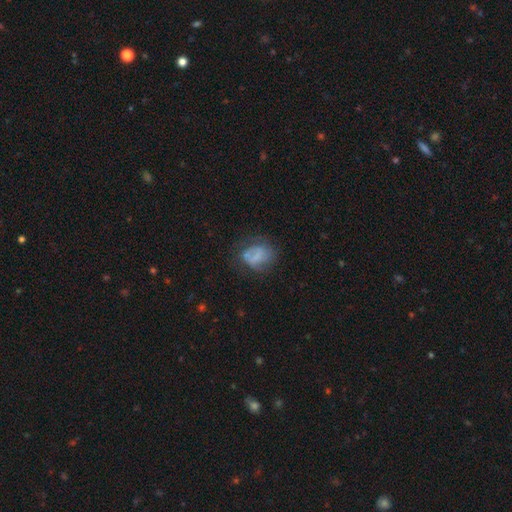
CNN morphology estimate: Q: Smooth or featured?
A: smooth (56%); runner-up: featured or disk (32%)
Q: How rounded?
A: in between (52%); runner-up: round (46%)
Q: Merging?
A: none (47%); runner-up: minor disturbance (26%)